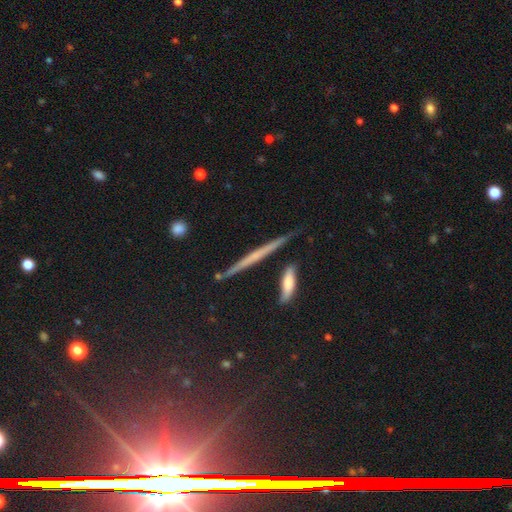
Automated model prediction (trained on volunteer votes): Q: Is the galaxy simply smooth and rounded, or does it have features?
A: featured or disk — 52%.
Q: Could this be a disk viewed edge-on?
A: yes — 95%.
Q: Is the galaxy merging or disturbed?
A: none — 84%.